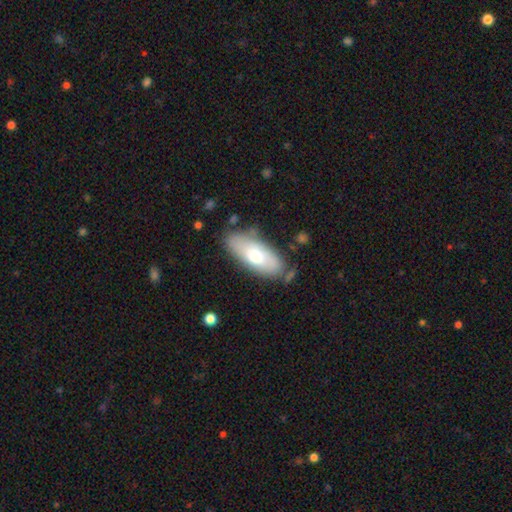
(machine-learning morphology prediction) smooth_or_featured: smooth (p=0.68) [alt: featured or disk p=0.27]
how_rounded: in between (p=0.79) [alt: cigar-shaped p=0.19]
merging: none (p=0.73) [alt: minor disturbance p=0.18]